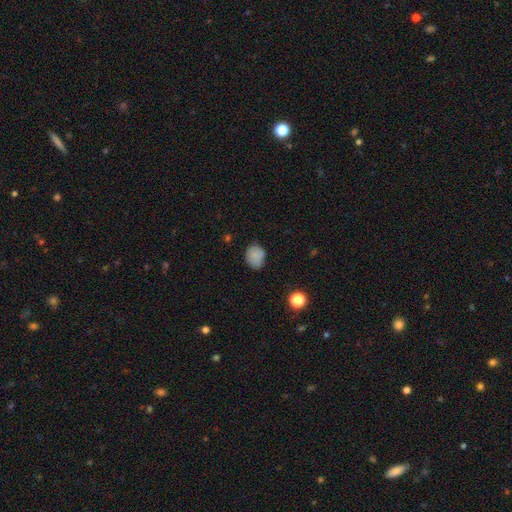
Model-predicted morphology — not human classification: Q: Smooth or featured?
A: smooth (81%); runner-up: star or artifact (10%)
Q: How rounded?
A: round (62%); runner-up: in between (37%)
Q: Merging?
A: none (69%); runner-up: minor disturbance (24%)